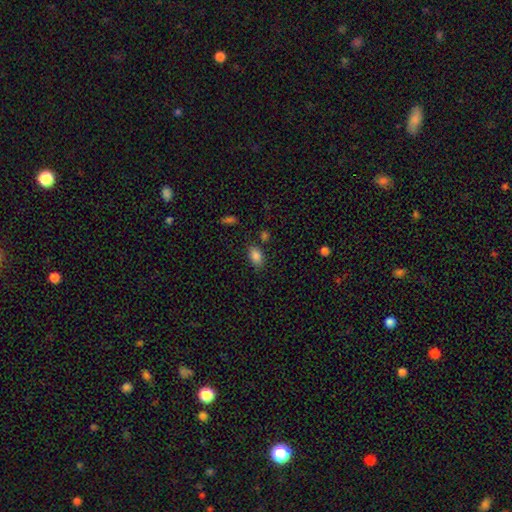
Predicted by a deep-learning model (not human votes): Morphology: type=smooth (85%); roundness=in between (88%); merging=none (77%).